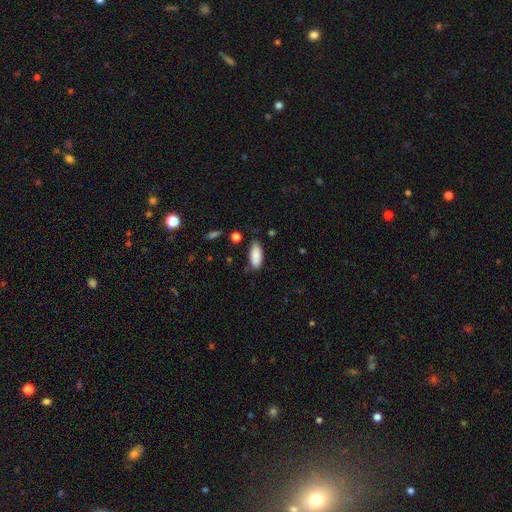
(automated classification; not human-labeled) A smooth galaxy with no disk features (88%) that is in between round and cigar-shaped (84%). Merging: none (75%).